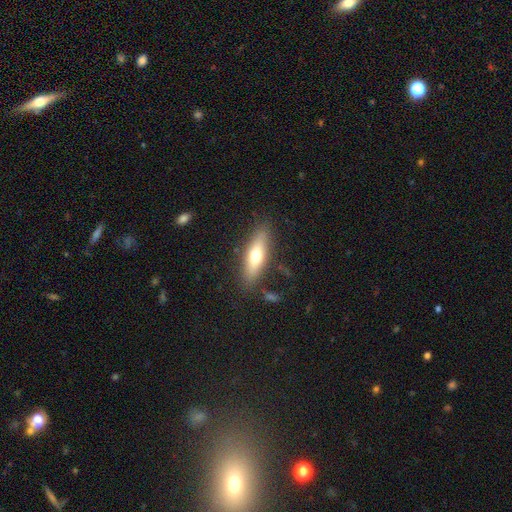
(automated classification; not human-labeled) The model was most divided on "how rounded": cigar-shaped: 51%, in between: 47%, round: 3%. More confident: merging — none (82%); smooth or featured — smooth (60%).